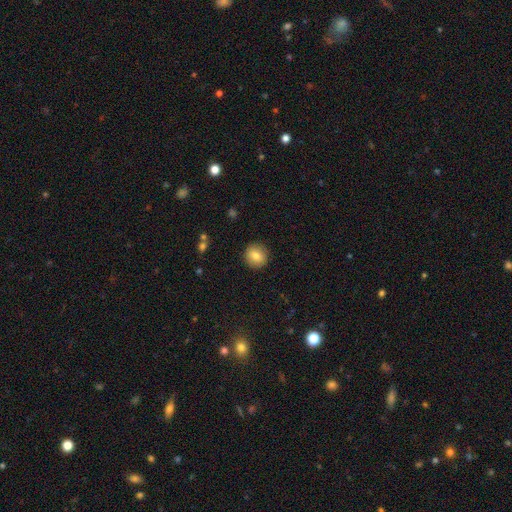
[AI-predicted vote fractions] A smooth galaxy with no disk features (82%) that is round (90%).

Vote fractions:
- Smooth or featured? smooth: 82% / featured or disk: 10% / star or artifact: 9%
- How rounded? round: 90% / in between: 9% / cigar-shaped: 1%
- Merging? none: 90% / minor disturbance: 6% / major disturbance: 2% / merger: 1%